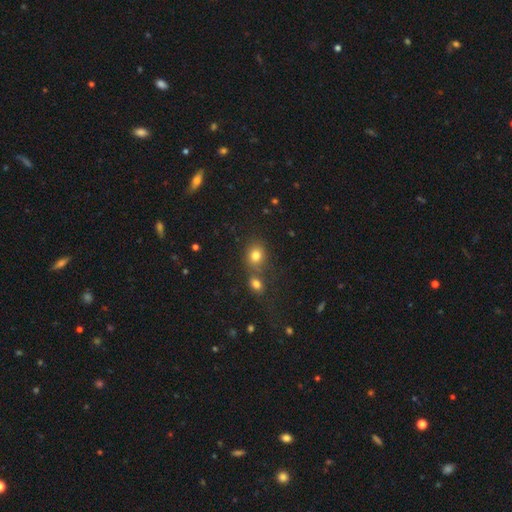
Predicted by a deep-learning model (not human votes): This appears to be a smooth galaxy with no disk features (78%) that is round (69%). Merging: none (58%).